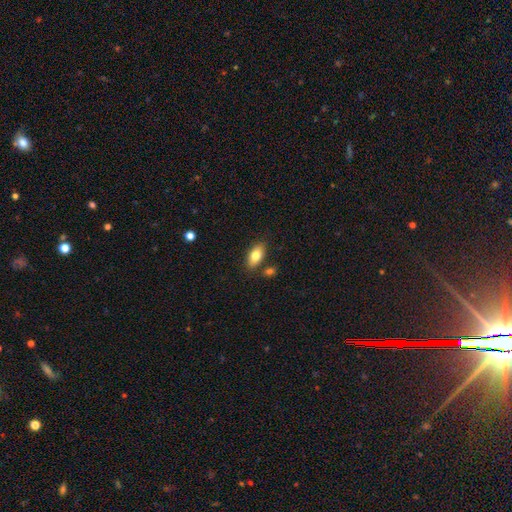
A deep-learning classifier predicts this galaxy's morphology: A smooth galaxy with no disk features (81%) that is in between round and cigar-shaped (90%). Merging: none (79%).